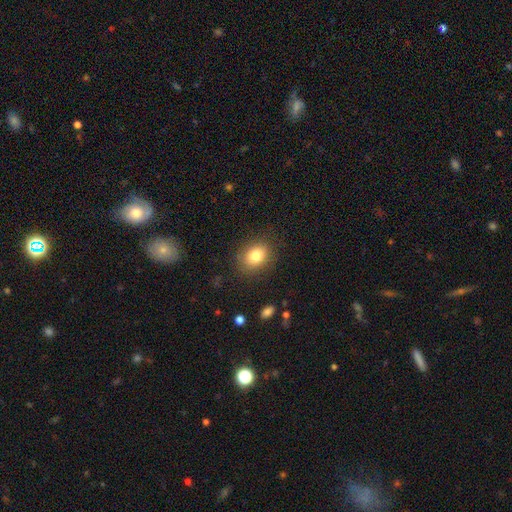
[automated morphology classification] The model was most divided on "how rounded": in between: 54%, round: 45%, cigar-shaped: 1%. More confident: merging — none (84%); smooth or featured — smooth (81%).